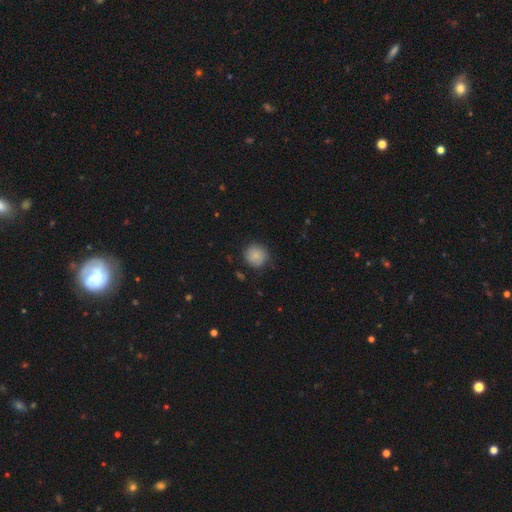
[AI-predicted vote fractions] smooth_or_featured: smooth (p=0.81) [alt: featured or disk p=0.10]
how_rounded: round (p=0.92) [alt: in between p=0.07]
merging: none (p=0.81) [alt: minor disturbance p=0.14]